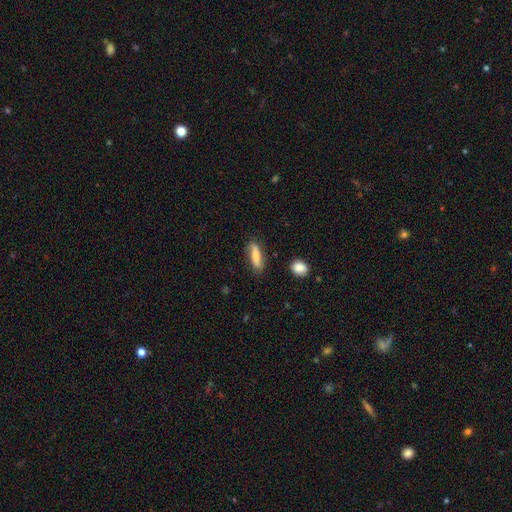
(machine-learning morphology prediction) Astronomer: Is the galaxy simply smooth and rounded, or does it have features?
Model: smooth — 69%.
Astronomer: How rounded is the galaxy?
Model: cigar-shaped — 54% (runner-up: in between, 43%).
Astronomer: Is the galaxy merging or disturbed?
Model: none — 79%.